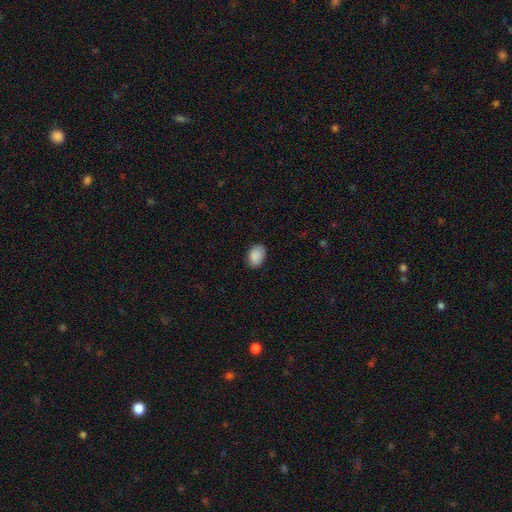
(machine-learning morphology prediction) smooth_or_featured: smooth (p=0.90) [alt: star or artifact p=0.07]
how_rounded: in between (p=0.79) [alt: round p=0.20]
merging: none (p=0.84) [alt: minor disturbance p=0.13]